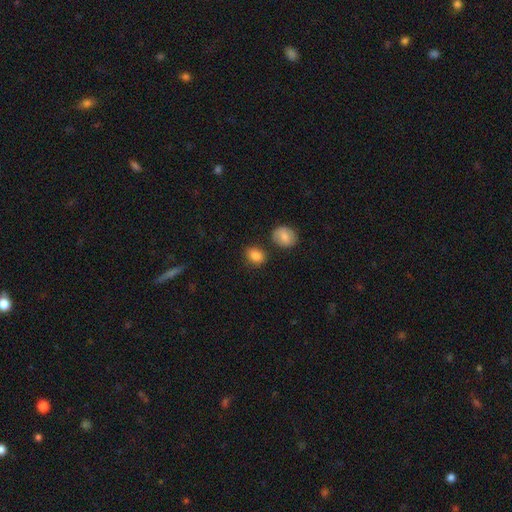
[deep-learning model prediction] Q: Smooth or featured?
A: smooth (86%); runner-up: star or artifact (9%)
Q: How rounded?
A: in between (56%); runner-up: round (43%)
Q: Merging?
A: none (77%); runner-up: minor disturbance (12%)